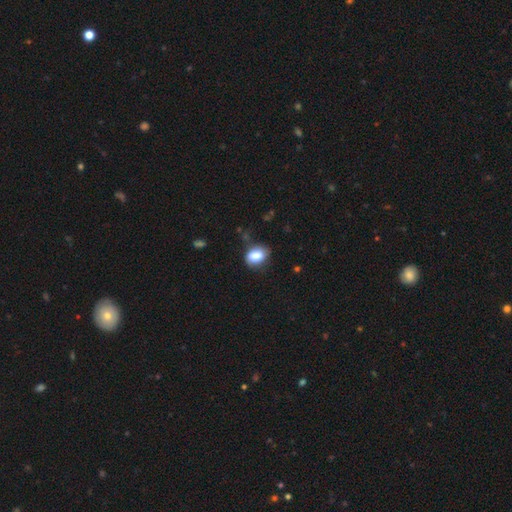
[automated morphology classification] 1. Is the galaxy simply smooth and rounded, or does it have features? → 84% smooth, 8% featured or disk, 8% star or artifact.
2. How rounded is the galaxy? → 72% in between, 27% round, 1% cigar-shaped.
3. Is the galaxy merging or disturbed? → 68% none, 24% minor disturbance, 6% major disturbance, 3% merger.